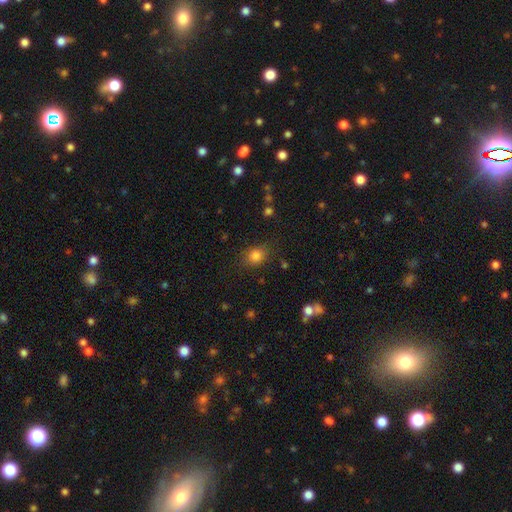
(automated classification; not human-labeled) This appears to be a smooth galaxy with no disk features (83%) that is round (53%). Merging: none (78%).